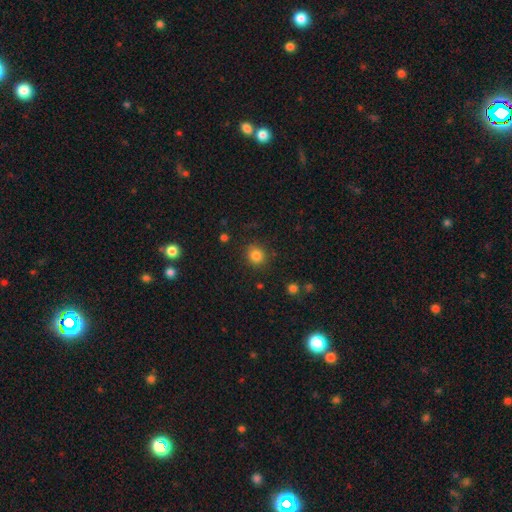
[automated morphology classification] smooth-or-featured: smooth: 82% | star or artifact: 12% | featured or disk: 5%
  how-rounded: round: 85% | in between: 14% | cigar-shaped: 1%
  merging: none: 87% | minor disturbance: 9% | major disturbance: 3% | merger: 2%